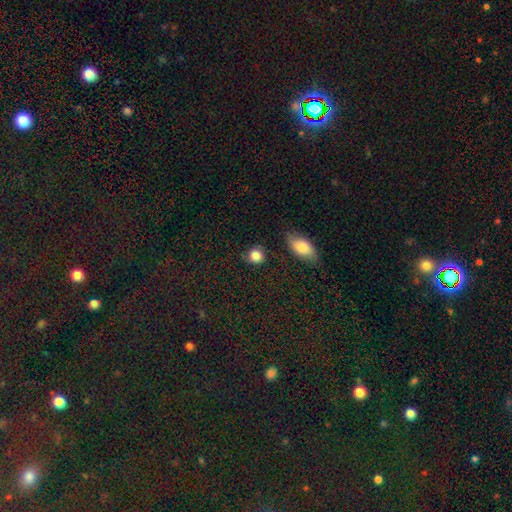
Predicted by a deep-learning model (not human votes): Q: Smooth or featured?
A: smooth (85%); runner-up: star or artifact (9%)
Q: How rounded?
A: round (83%); runner-up: in between (15%)
Q: Merging?
A: none (77%); runner-up: minor disturbance (15%)